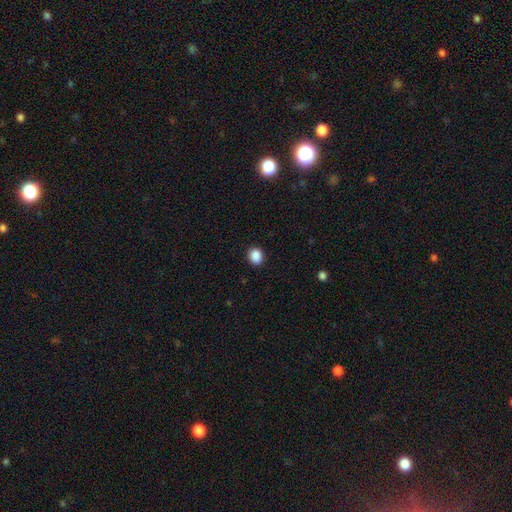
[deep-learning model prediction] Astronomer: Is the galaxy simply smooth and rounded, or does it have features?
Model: smooth — 88%.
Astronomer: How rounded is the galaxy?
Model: round — 62%.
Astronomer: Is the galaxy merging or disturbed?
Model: none — 90%.